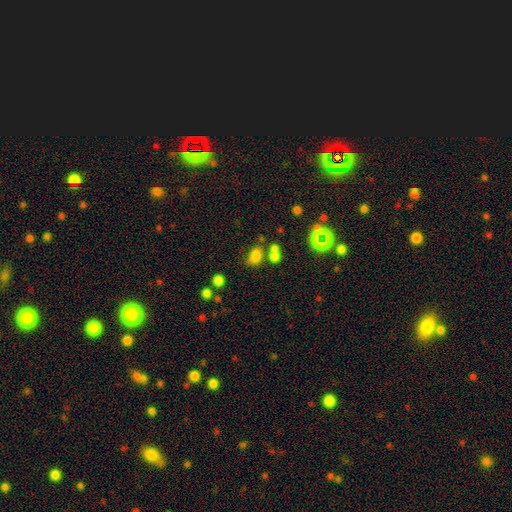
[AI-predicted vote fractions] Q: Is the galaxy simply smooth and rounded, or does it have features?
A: smooth — 71%.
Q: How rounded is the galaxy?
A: in between — 74%.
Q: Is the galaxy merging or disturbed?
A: none — 48%.